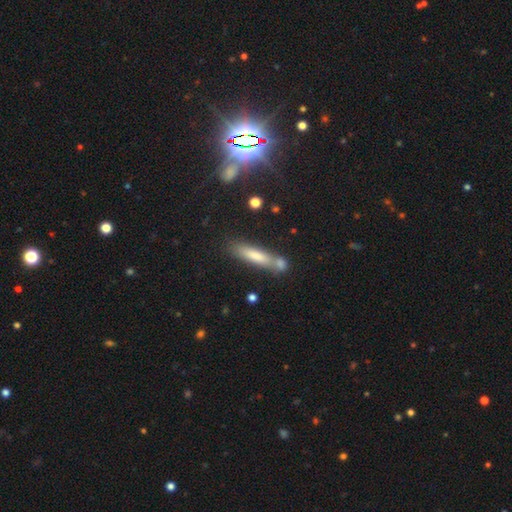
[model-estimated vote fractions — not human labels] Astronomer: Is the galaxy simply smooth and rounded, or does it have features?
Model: smooth — 65%.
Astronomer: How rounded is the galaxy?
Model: cigar-shaped — 81%.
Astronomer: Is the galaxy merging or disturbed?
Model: none — 61%.